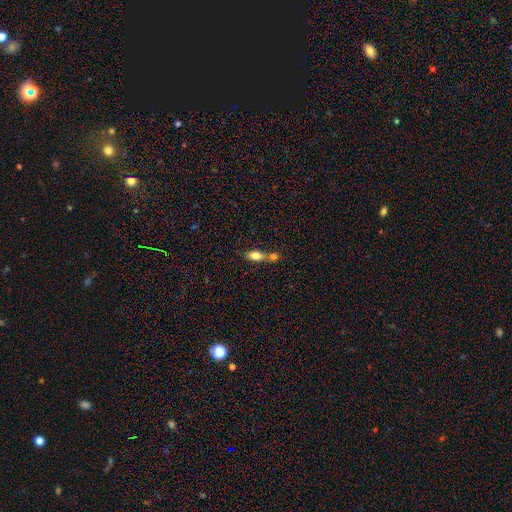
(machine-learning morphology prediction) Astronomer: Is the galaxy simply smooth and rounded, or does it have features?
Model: smooth — 77%.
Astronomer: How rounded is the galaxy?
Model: in between — 79%.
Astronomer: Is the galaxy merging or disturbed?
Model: merger — 51% (runner-up: none, 35%).